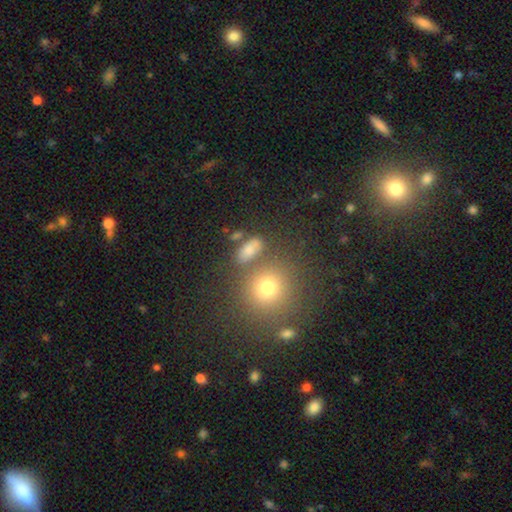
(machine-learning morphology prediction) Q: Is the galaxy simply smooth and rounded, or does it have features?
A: smooth — 67%.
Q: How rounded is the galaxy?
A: round — 63%.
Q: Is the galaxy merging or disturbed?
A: none — 68%.